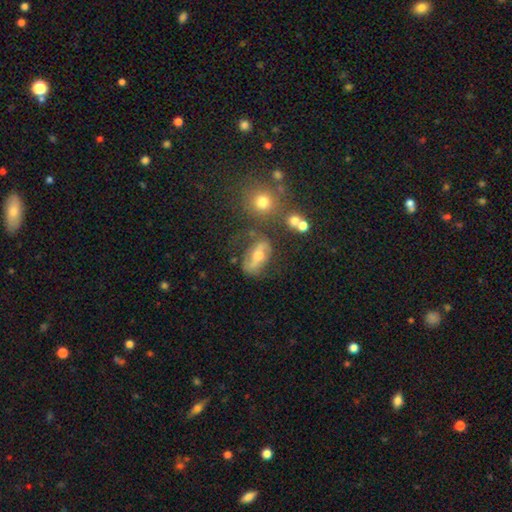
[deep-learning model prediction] A featured or disk galaxy (47%). Merging: none (58%).